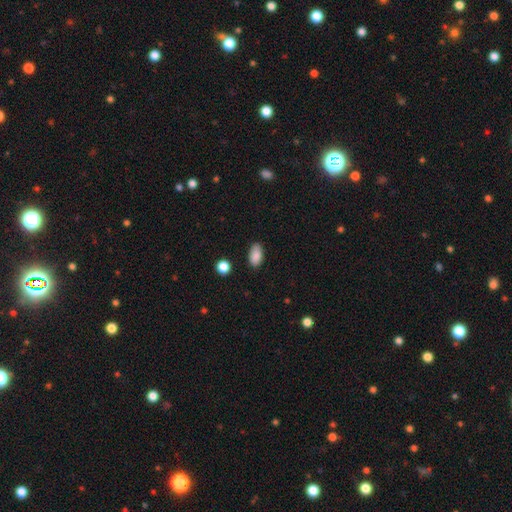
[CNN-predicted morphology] A smooth galaxy with no disk features (88%) that is in between round and cigar-shaped (93%). Merging: none (83%).